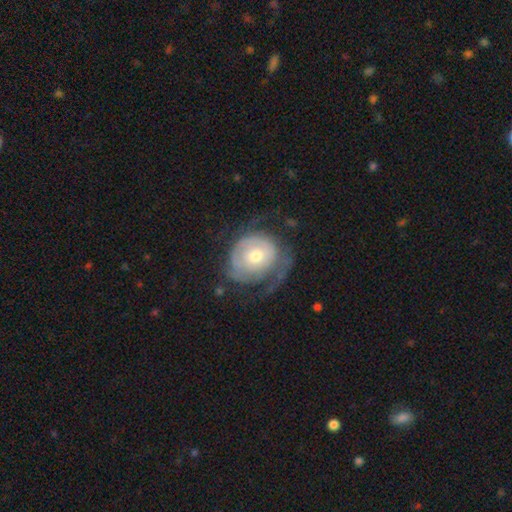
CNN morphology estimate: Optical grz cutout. It shows a featured or disk galaxy (63%) with no bar (78%), spiral arms (71%) and a moderate central bulge (59%). Merging: none (44%).